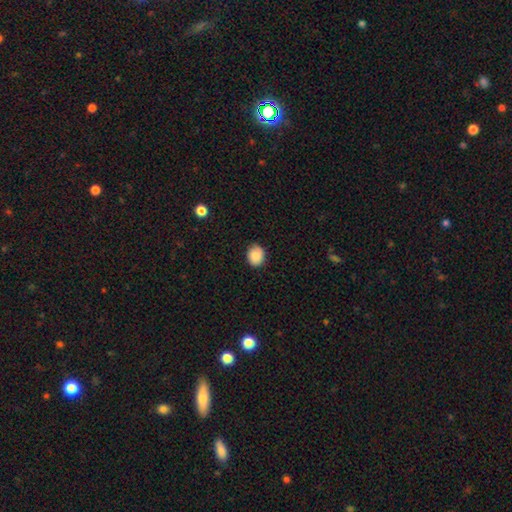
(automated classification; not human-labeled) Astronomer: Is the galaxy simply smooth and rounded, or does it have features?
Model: smooth — 86%.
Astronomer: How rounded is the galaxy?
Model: round — 59% (runner-up: in between, 40%).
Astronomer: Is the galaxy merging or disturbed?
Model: none — 80%.